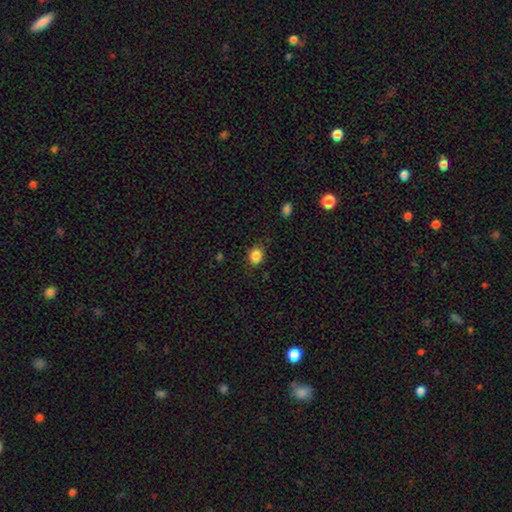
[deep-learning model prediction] Smooth or featured? smooth (86%)
How rounded? round (53%)
Merging? none (82%)